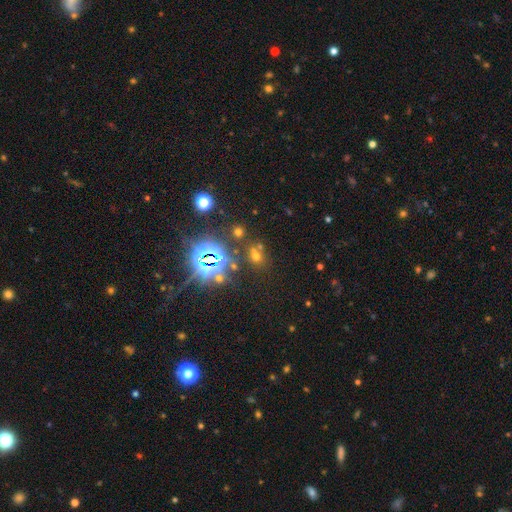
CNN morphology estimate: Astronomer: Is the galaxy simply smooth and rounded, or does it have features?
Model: star or artifact — 50% (runner-up: smooth, 40%).